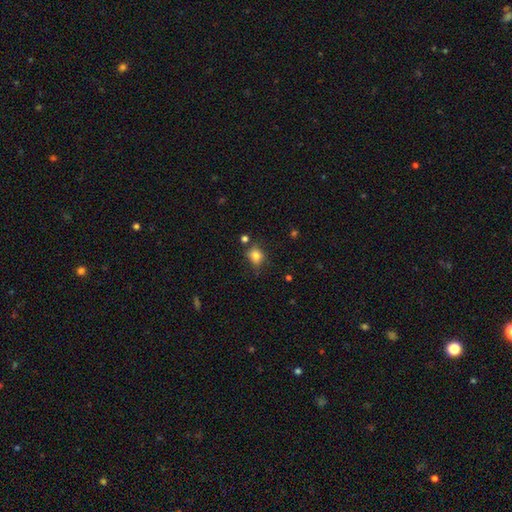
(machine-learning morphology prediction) This appears to be a smooth galaxy with no disk features (81%) that is round (62%). Merging: none (67%).